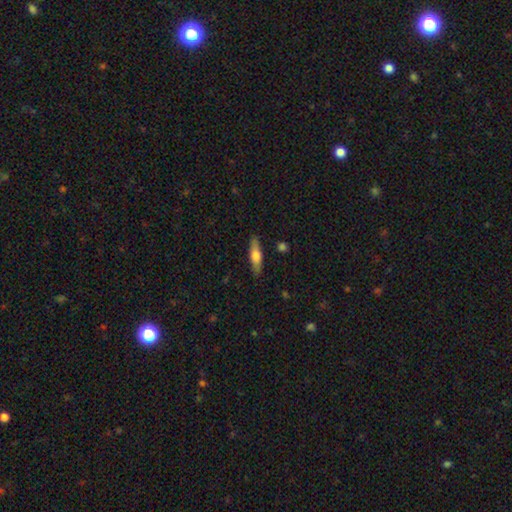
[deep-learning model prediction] Smooth or featured: smooth — 58% (featured or disk — 35%)
How rounded: cigar-shaped — 65% (in between — 33%)
Merging: none — 87% (minor disturbance — 9%)